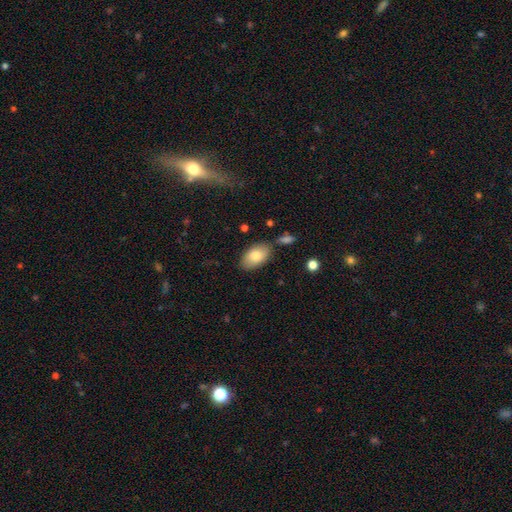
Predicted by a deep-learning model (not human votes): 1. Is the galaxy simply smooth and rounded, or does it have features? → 80% smooth, 13% featured or disk, 7% star or artifact.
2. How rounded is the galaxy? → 94% in between, 5% round, 2% cigar-shaped.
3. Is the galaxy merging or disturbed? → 78% none, 14% minor disturbance, 5% merger, 3% major disturbance.